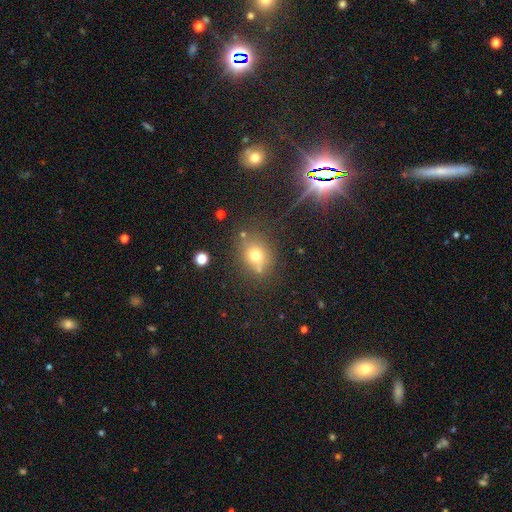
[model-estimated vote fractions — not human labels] Smooth or featured? smooth (69%)
How rounded? round (60%)
Merging? none (70%)